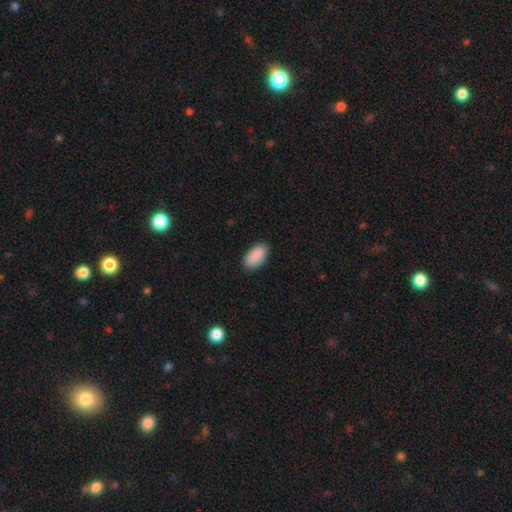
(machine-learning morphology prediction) A smooth galaxy with no disk features (90%) that is in between round and cigar-shaped (95%). Merging: none (86%).